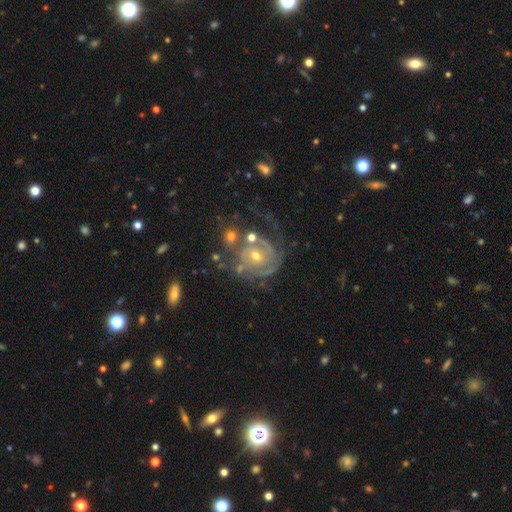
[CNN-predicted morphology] smooth_or_featured: featured or disk (p=0.87) [alt: star or artifact p=0.07]
disk_edge_on: no (p=0.98) [alt: yes p=0.02]
bar: no (p=0.70) [alt: weak p=0.23]
has_spiral_arms: yes (p=0.95) [alt: no p=0.05]
spiral_winding: tight (p=0.68) [alt: medium p=0.25]
spiral_arm_count: 2 (p=0.33) [alt: can't tell p=0.25]
bulge_size: small (p=0.53) [alt: moderate p=0.44]
merging: none (p=0.50) [alt: minor disturbance p=0.20]